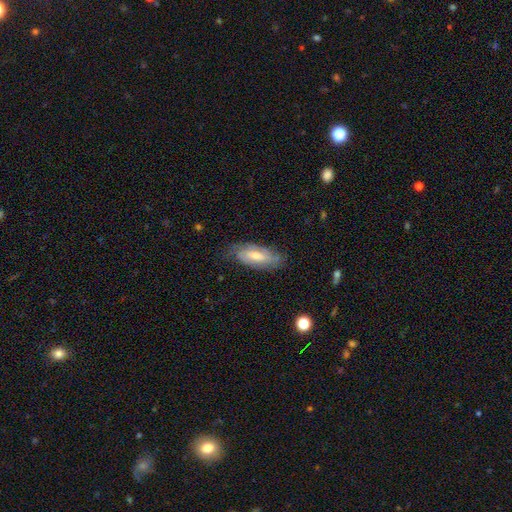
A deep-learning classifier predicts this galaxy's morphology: Smooth or featured?
  - featured or disk: 52% *
  - smooth: 41%
  - star or artifact: 7%
Edge-on disk?
  - no: 82% *
  - yes: 18%
Merging?
  - none: 73% *
  - minor disturbance: 21%
  - major disturbance: 5%
  - merger: 1%